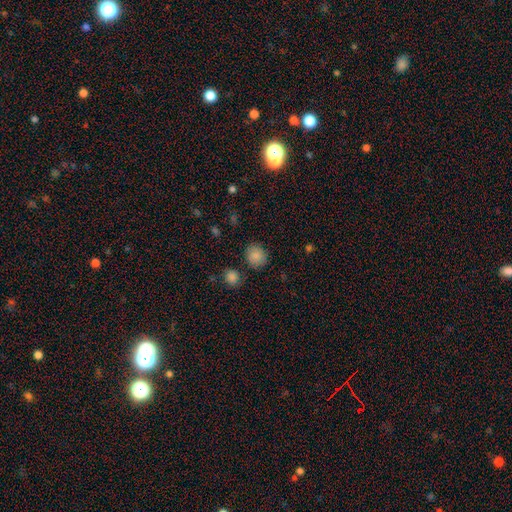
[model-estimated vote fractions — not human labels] Q: Smooth or featured?
A: smooth (85%); runner-up: star or artifact (9%)
Q: How rounded?
A: round (77%); runner-up: in between (22%)
Q: Merging?
A: none (83%); runner-up: minor disturbance (11%)